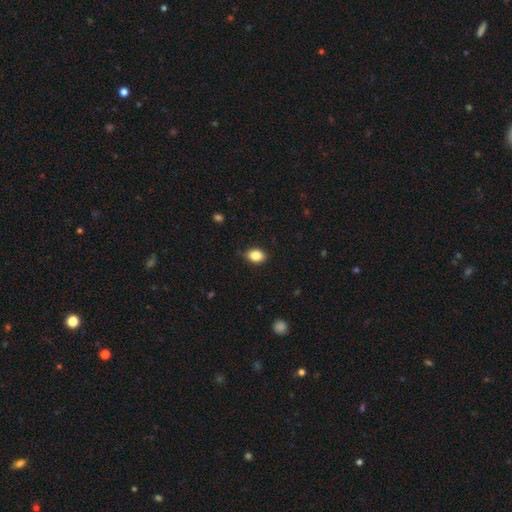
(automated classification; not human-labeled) Q: Smooth or featured?
A: smooth (85%); runner-up: star or artifact (9%)
Q: How rounded?
A: in between (76%); runner-up: round (23%)
Q: Merging?
A: none (83%); runner-up: minor disturbance (14%)